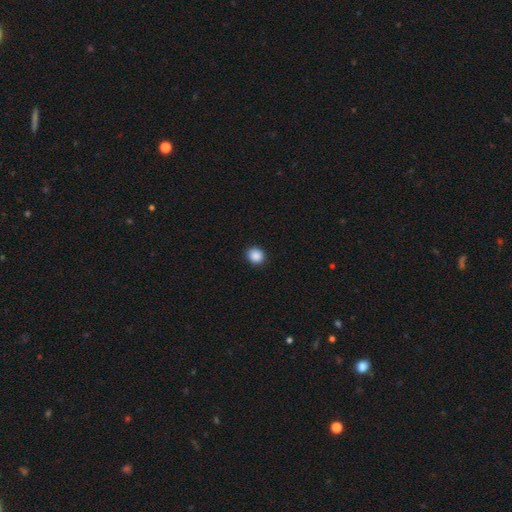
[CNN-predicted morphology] The model was most divided on "how rounded": round: 88%, in between: 11%, cigar-shaped: 1%. More confident: merging — none (92%); smooth or featured — smooth (89%).